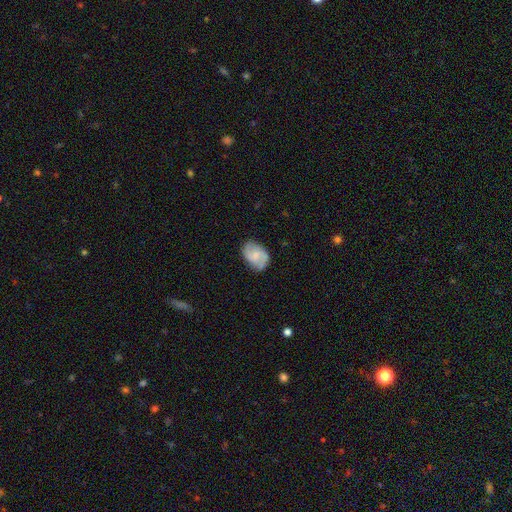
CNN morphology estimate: featured or disk 59%, smooth 34%, star or artifact 7%. Down the decision tree: edge-on disk — no (97%); bar — weak (46%); spiral arms — yes (89%); spiral arm count — 2 (83%); spiral winding — medium (47%); bulge size — small (39%); merging — none (72%).